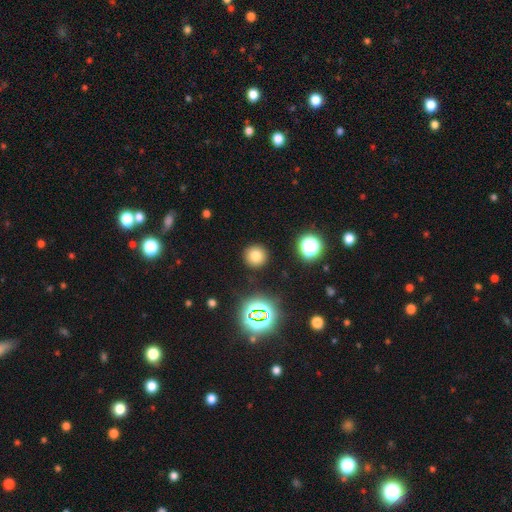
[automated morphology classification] type=smooth (74%); roundness=round (94%); merging=none (90%).